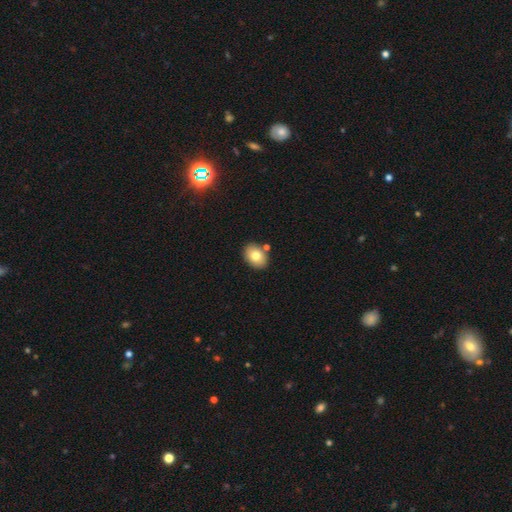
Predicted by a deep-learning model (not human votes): Smooth or featured?
  - smooth: 78% *
  - featured or disk: 13%
  - star or artifact: 8%
How rounded?
  - in between: 74% *
  - round: 25%
  - cigar-shaped: 1%
Merging?
  - none: 80% *
  - minor disturbance: 10%
  - merger: 8%
  - major disturbance: 2%